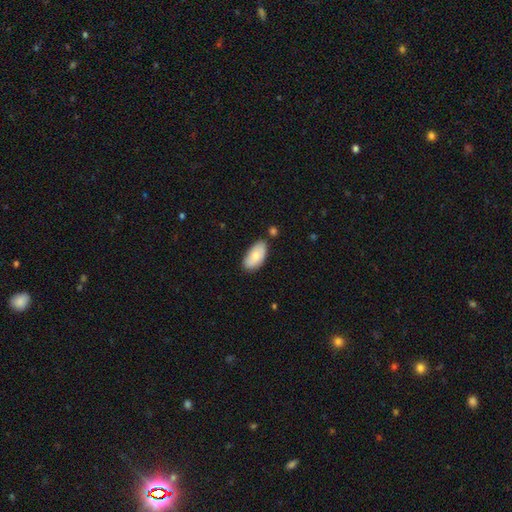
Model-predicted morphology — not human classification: The model was most divided on "merging": none: 69%, minor disturbance: 21%, merger: 6%, major disturbance: 3%. More confident: how rounded — in between (94%); smooth or featured — smooth (76%).